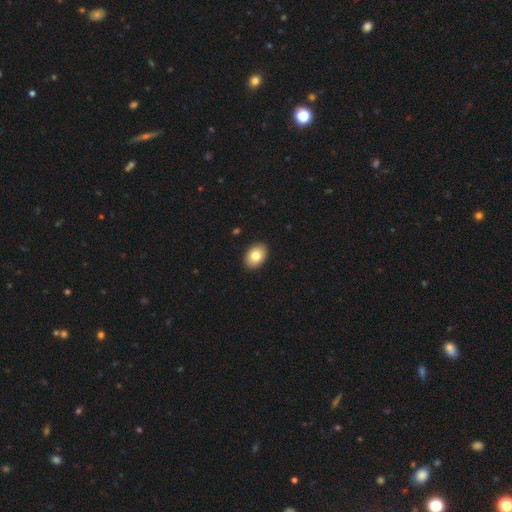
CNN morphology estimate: This is clearly a smooth galaxy (82%). How rounded: likely in between (79%). Merging: clearly none (91%).